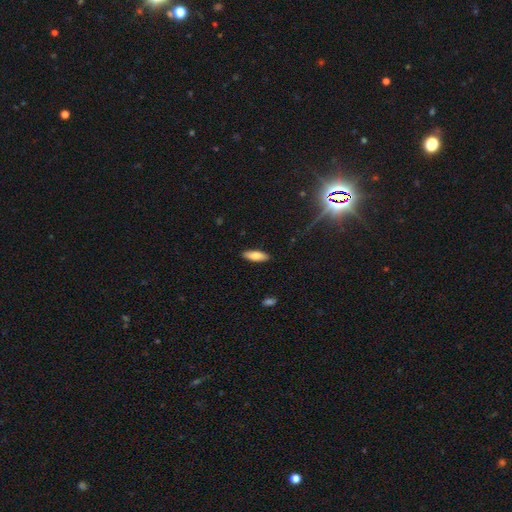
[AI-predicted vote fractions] Smooth or featured? Predicted: smooth (p=0.78). How rounded? Predicted: in between (p=0.64). Merging? Predicted: none (p=0.89).